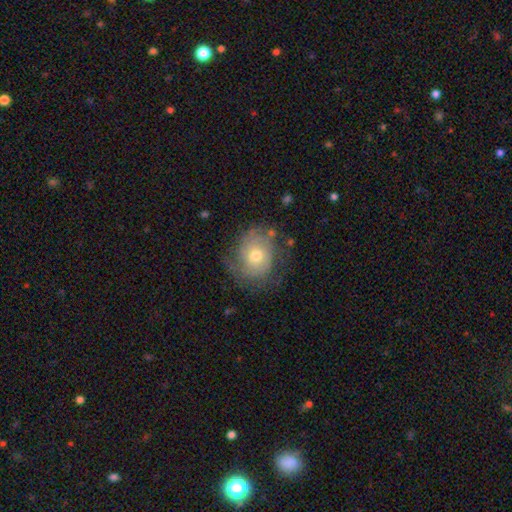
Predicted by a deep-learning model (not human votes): Q: Smooth or featured?
A: featured or disk (54%); runner-up: smooth (37%)
Q: Edge-on disk?
A: no (96%); runner-up: yes (4%)
Q: Bar?
A: no (81%); runner-up: weak (16%)
Q: Spiral arms?
A: yes (76%); runner-up: no (24%)
Q: Bulge size?
A: moderate (64%); runner-up: small (29%)
Q: Merging?
A: none (62%); runner-up: minor disturbance (23%)